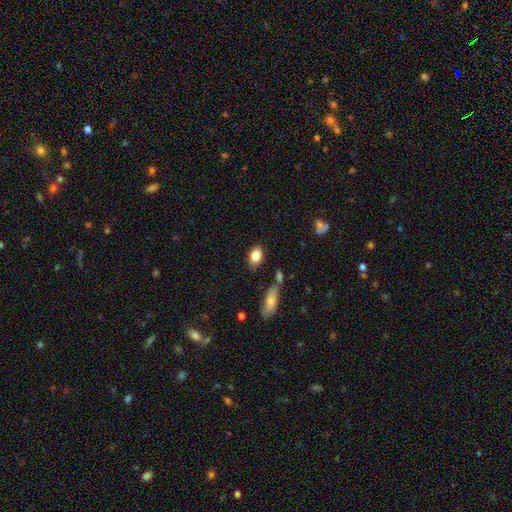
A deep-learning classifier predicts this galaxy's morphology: Q: Smooth or featured?
A: smooth (84%); runner-up: featured or disk (8%)
Q: How rounded?
A: in between (83%); runner-up: round (15%)
Q: Merging?
A: none (79%); runner-up: minor disturbance (13%)